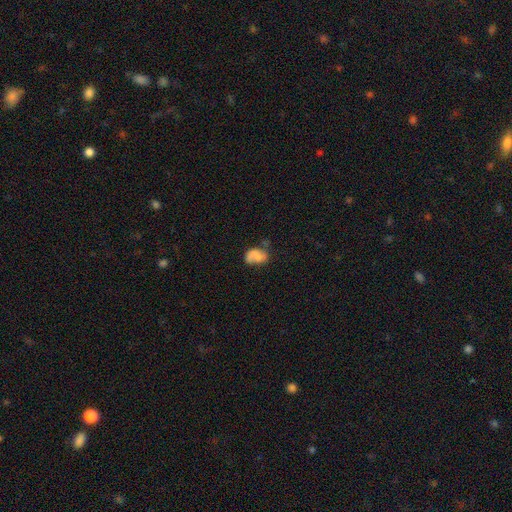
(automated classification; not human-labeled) smooth 63%, featured or disk 26%, star or artifact 11%. Down the decision tree: how rounded — in between (79%); merging — none (37%).